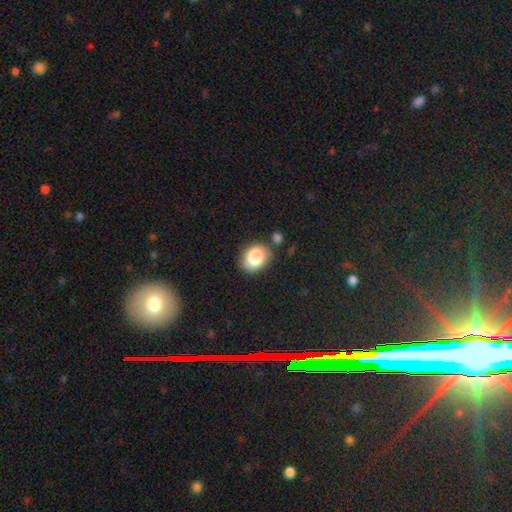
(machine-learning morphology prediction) The model was most divided on "how rounded": in between: 56%, round: 43%, cigar-shaped: 1%. More confident: smooth or featured — smooth (82%); merging — none (73%).